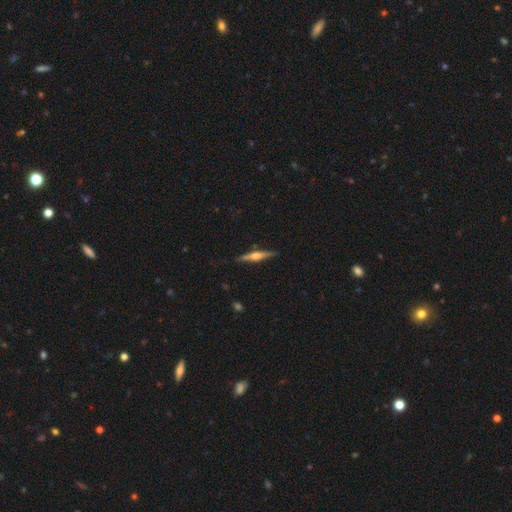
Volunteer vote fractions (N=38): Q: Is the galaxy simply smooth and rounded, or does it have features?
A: featured or disk — 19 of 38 (50%).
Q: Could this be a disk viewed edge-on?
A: yes — 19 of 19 (100%).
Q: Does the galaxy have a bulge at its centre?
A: rounded — 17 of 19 (89%).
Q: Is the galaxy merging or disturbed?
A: none — 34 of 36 (94%).